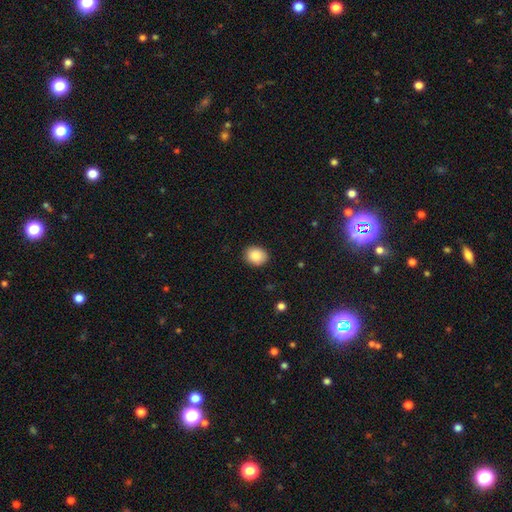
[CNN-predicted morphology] This appears to be a smooth galaxy with no disk features (88%) that is round (53%). Merging: none (88%).